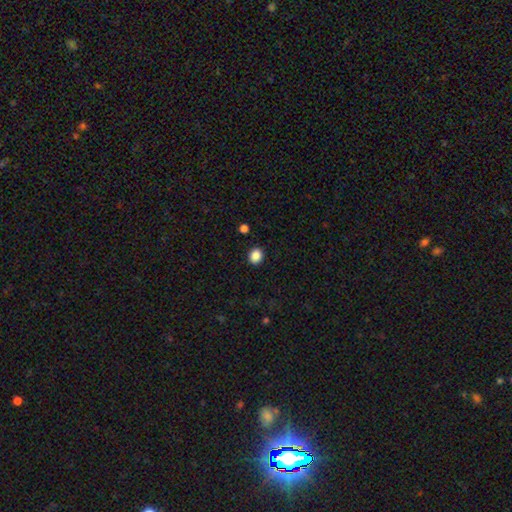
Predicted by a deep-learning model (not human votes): smooth_or_featured: smooth (p=0.86) [alt: star or artifact p=0.10]
how_rounded: round (p=0.68) [alt: in between p=0.31]
merging: none (p=0.91) [alt: minor disturbance p=0.06]